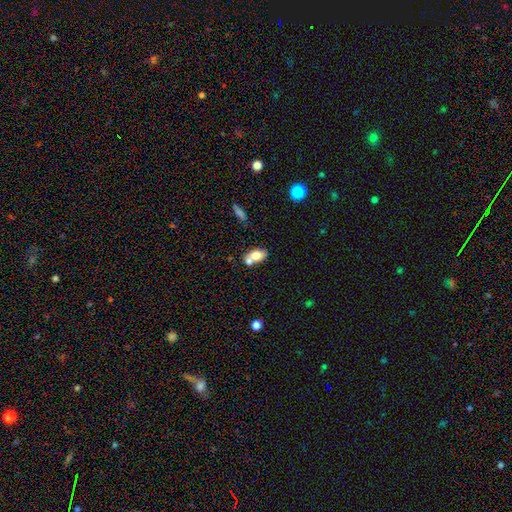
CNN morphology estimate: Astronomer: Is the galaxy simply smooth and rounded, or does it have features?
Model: smooth — 75%.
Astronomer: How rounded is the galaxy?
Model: in between — 84%.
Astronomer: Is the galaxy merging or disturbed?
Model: merger — 45% (runner-up: none, 39%).